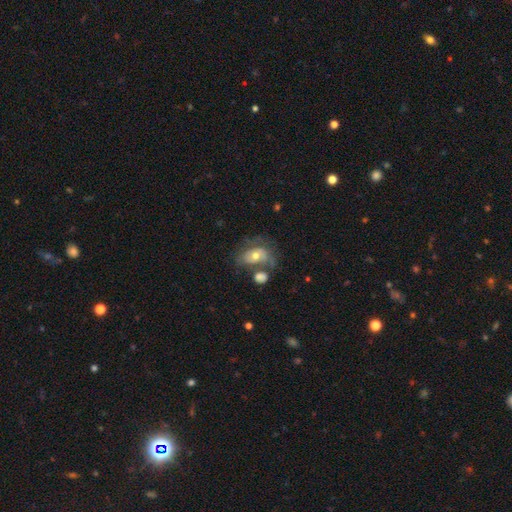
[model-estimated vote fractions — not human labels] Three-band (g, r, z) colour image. It shows a featured or disk galaxy (48%). Merging: none (34%).